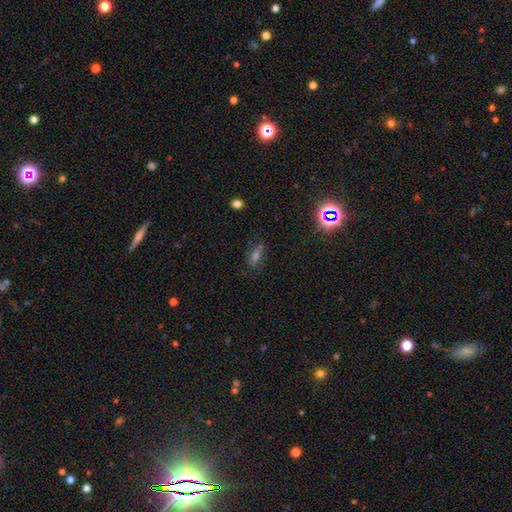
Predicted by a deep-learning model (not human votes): A smooth galaxy with no disk features (39%). Merging: none (74%).